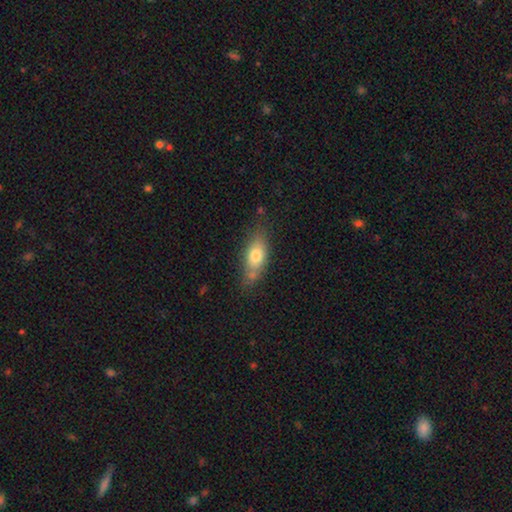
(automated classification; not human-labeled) smooth 71%, featured or disk 21%, star or artifact 8%. Down the decision tree: how rounded — in between (77%); merging — none (63%).